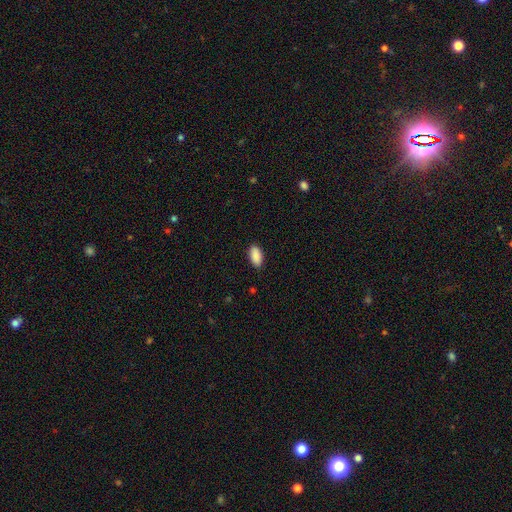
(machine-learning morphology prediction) smooth 90%, star or artifact 7%, featured or disk 3%. Down the decision tree: how rounded — in between (93%); merging — none (86%).